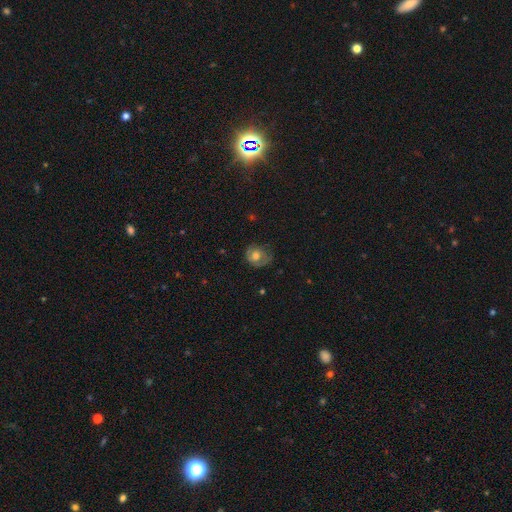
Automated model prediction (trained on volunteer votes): Overall: smooth (56%; featured or disk 35%). How rounded: round (68%; in between 31%). Merging: none (59%; minor disturbance 26%).